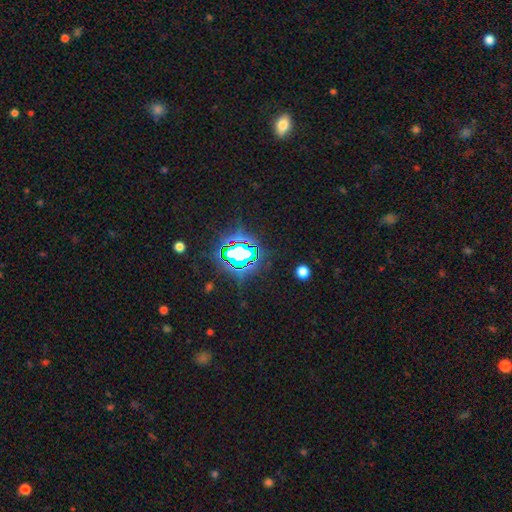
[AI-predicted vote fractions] Smooth or featured: star or artifact — 82% (smooth — 12%)